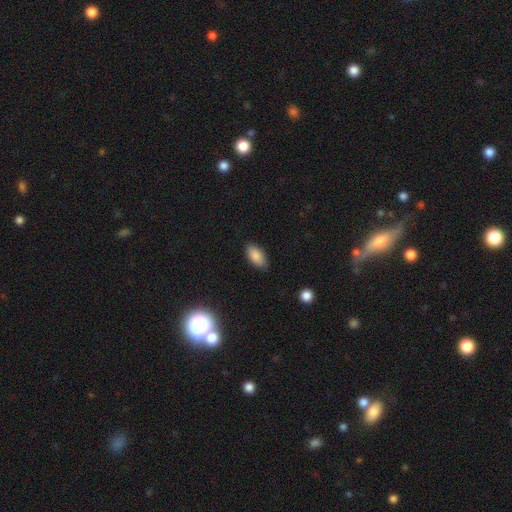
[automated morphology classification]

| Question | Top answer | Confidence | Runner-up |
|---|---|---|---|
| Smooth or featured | smooth | 86% | star or artifact (8%) |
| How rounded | in between | 93% | cigar-shaped (4%) |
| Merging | none | 85% | minor disturbance (11%) |